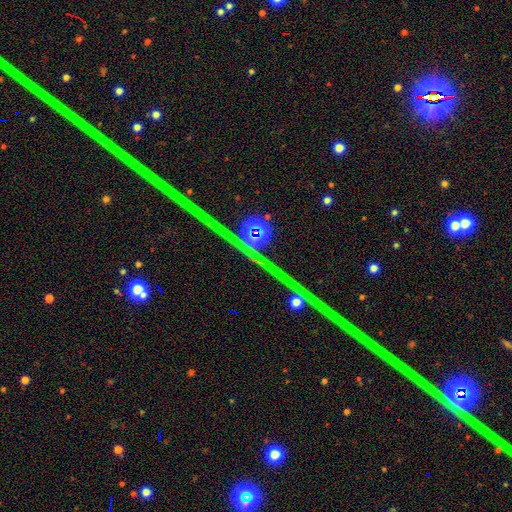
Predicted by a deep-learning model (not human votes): Smooth or featured? Predicted: star or artifact (p=0.81).